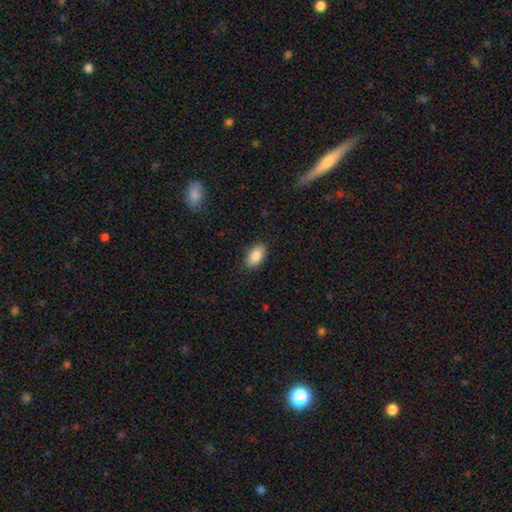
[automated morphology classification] smooth_or_featured: smooth (p=0.87) [alt: star or artifact p=0.07]
how_rounded: in between (p=0.93) [alt: round p=0.05]
merging: none (p=0.86) [alt: minor disturbance p=0.11]